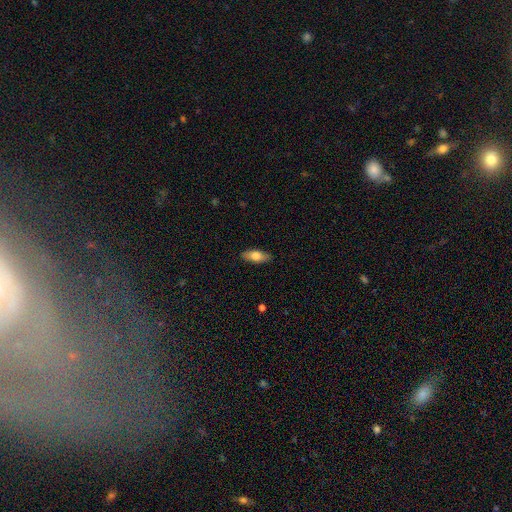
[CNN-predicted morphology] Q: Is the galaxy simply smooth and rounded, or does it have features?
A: smooth — 73%.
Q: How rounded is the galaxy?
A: in between — 77%.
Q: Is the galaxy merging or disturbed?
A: none — 88%.